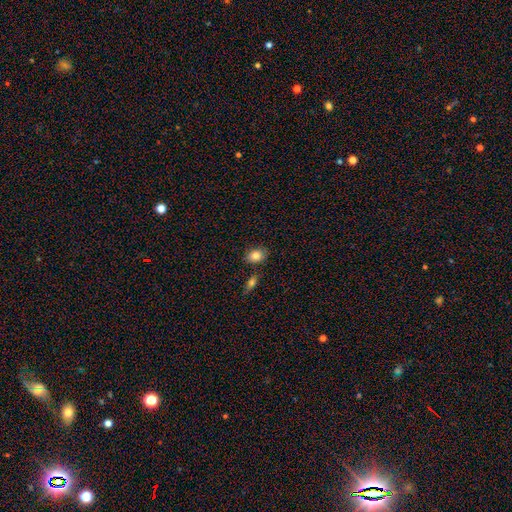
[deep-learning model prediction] Smooth or featured: smooth — 83% (featured or disk — 9%)
How rounded: in between — 70% (round — 29%)
Merging: none — 78% (minor disturbance — 12%)